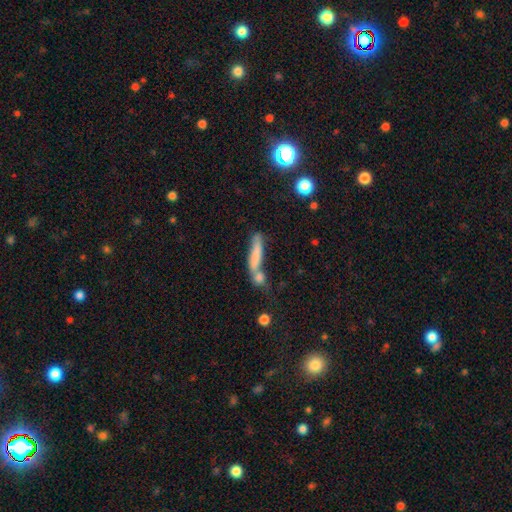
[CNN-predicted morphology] Smooth or featured? smooth (72%)
How rounded? cigar-shaped (83%)
Merging? none (44%)